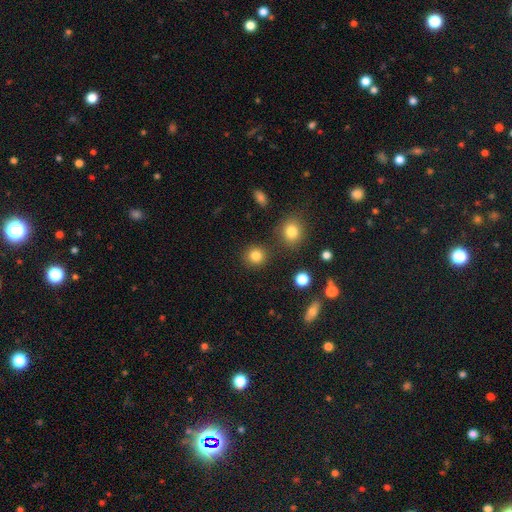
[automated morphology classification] Smooth or featured?
  - smooth: 83% *
  - star or artifact: 12%
  - featured or disk: 5%
How rounded?
  - round: 90% *
  - in between: 9%
  - cigar-shaped: 1%
Merging?
  - none: 87% *
  - minor disturbance: 6%
  - merger: 4%
  - major disturbance: 3%